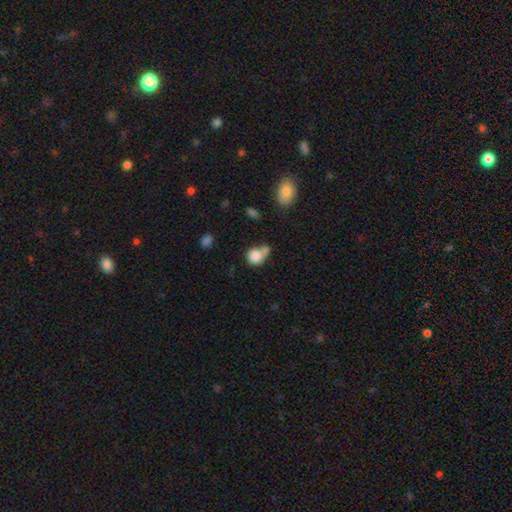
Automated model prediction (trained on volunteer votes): Smooth or featured: smooth — 82% (star or artifact — 9%)
How rounded: round — 76% (in between — 23%)
Merging: merger — 42% (none — 37%)